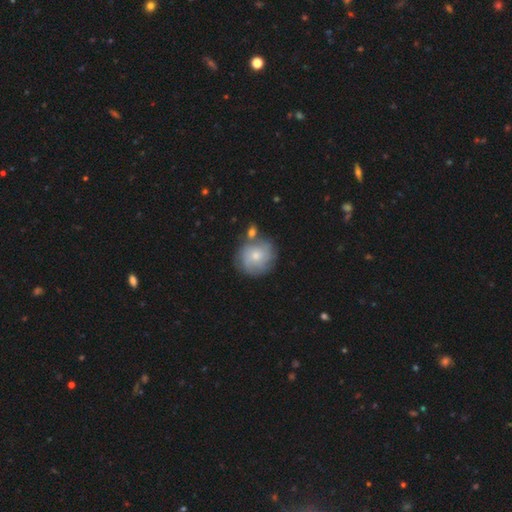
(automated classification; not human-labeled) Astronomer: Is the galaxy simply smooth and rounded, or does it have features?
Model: smooth — 52% (runner-up: featured or disk, 40%).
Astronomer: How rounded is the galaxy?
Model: round — 86%.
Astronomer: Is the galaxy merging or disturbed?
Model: none — 65%.